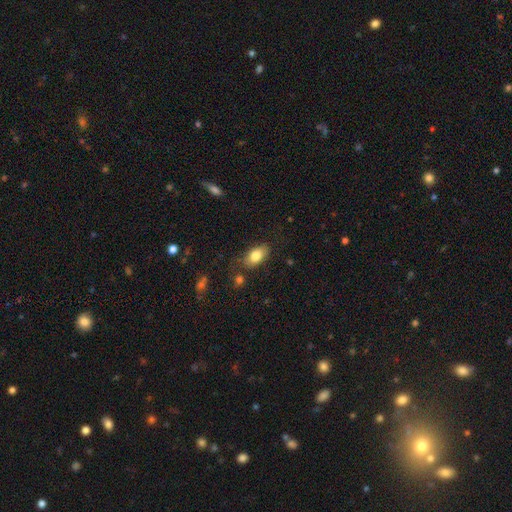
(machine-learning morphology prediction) A smooth galaxy with no disk features (81%) that is in between round and cigar-shaped (91%).

Vote fractions:
- Smooth or featured? smooth: 81% / featured or disk: 11% / star or artifact: 7%
- How rounded? in between: 91% / round: 6% / cigar-shaped: 3%
- Merging? none: 75% / minor disturbance: 17% / major disturbance: 5% / merger: 4%